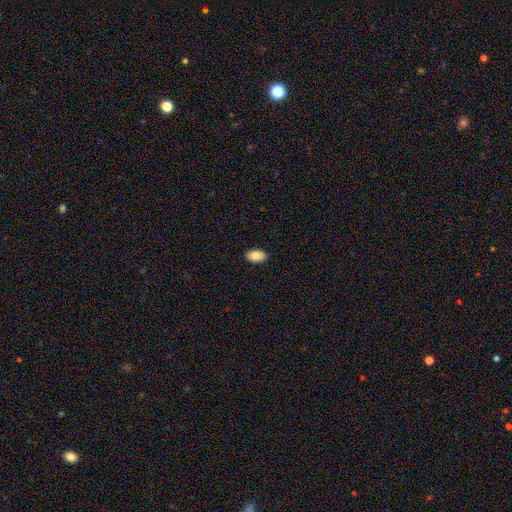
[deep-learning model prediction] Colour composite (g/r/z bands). It shows a smooth galaxy with no disk features (83%) that is in between round and cigar-shaped (90%). Merging: none (90%).